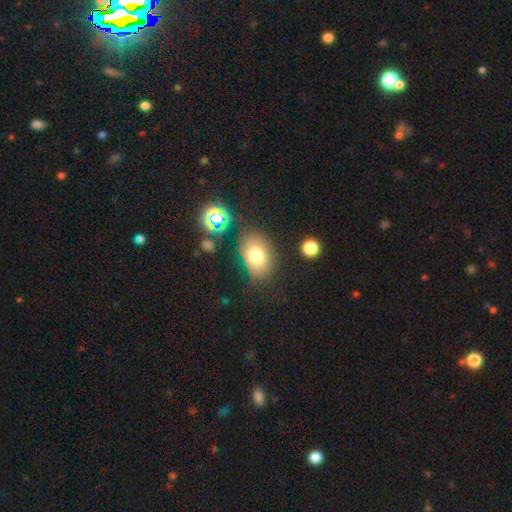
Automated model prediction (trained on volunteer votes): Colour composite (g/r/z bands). It shows a smooth galaxy with no disk features (74%) that is in between round and cigar-shaped (82%). Merging: none (77%).